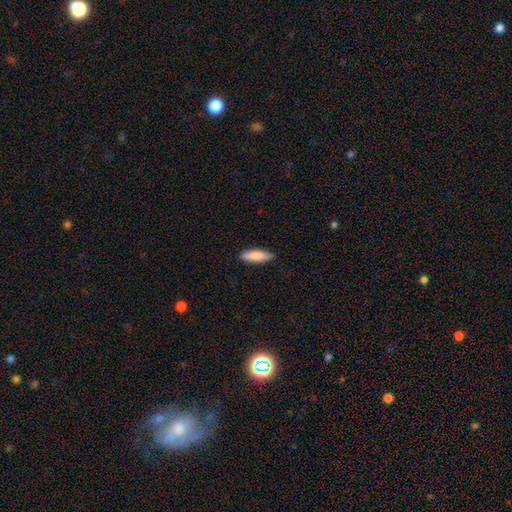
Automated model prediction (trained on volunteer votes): Smooth or featured? Predicted: smooth (p=0.85). How rounded? Predicted: cigar-shaped (p=0.55). Merging? Predicted: none (p=0.87).